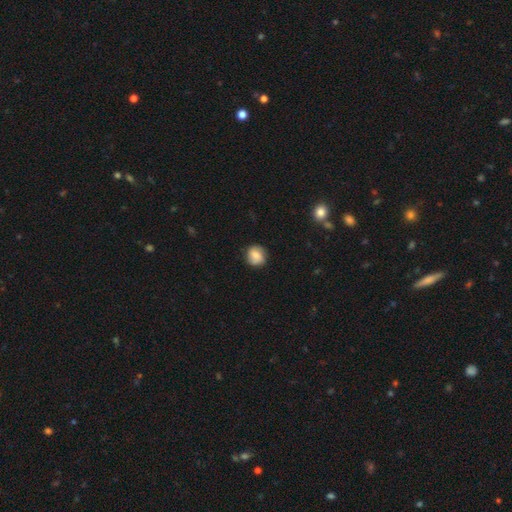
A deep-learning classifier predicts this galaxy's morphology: smooth 76%, featured or disk 16%, star or artifact 8%. Down the decision tree: how rounded — round (82%); merging — none (85%).